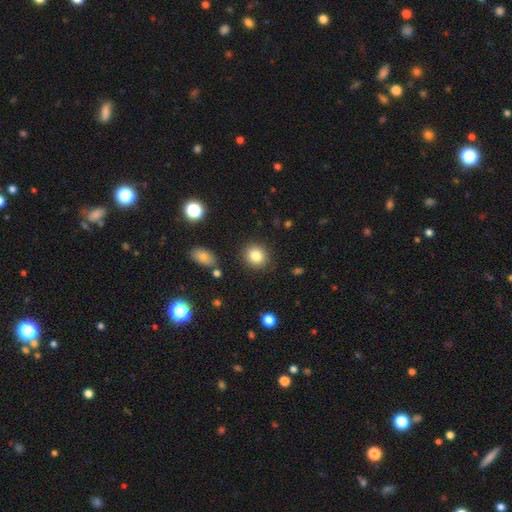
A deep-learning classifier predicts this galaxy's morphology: Smooth or featured? smooth (83%)
How rounded? round (78%)
Merging? none (88%)